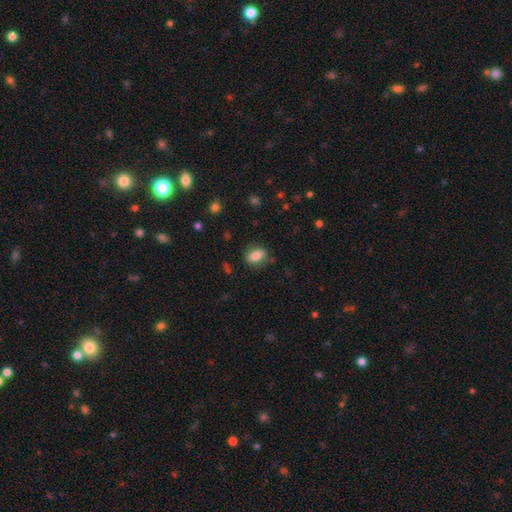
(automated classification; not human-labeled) smooth_or_featured: smooth (p=0.74) [alt: featured or disk p=0.18]
how_rounded: in between (p=0.69) [alt: round p=0.27]
merging: none (p=0.78) [alt: minor disturbance p=0.15]